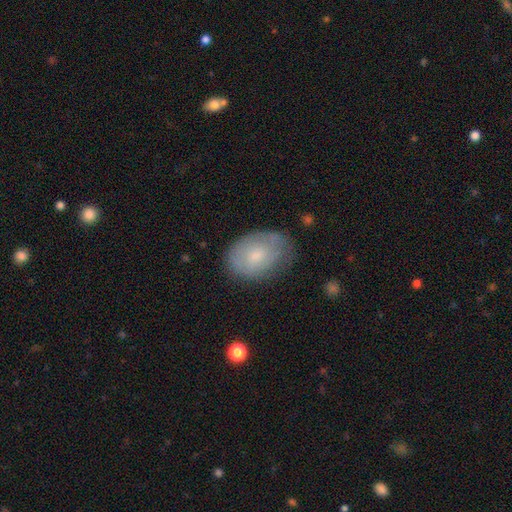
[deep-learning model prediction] Smooth or featured?
  - smooth: 64% *
  - featured or disk: 29%
  - star or artifact: 7%
How rounded?
  - in between: 81% *
  - round: 18%
  - cigar-shaped: 1%
Merging?
  - none: 67% *
  - minor disturbance: 25%
  - major disturbance: 7%
  - merger: 1%